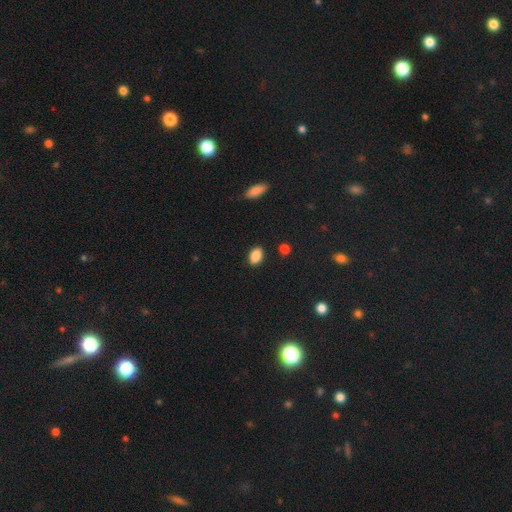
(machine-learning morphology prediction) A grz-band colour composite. It shows a smooth galaxy with no disk features (87%) that is in between round and cigar-shaped (86%). Merging: none (87%).